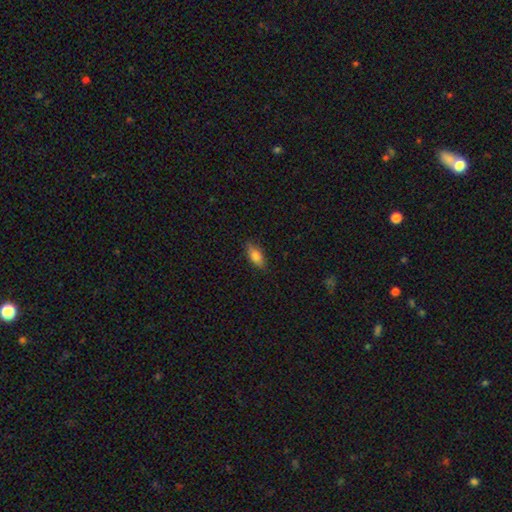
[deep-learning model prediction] Smooth or featured: smooth — 77% (featured or disk — 15%)
How rounded: in between — 83% (cigar-shaped — 12%)
Merging: none — 81% (minor disturbance — 15%)